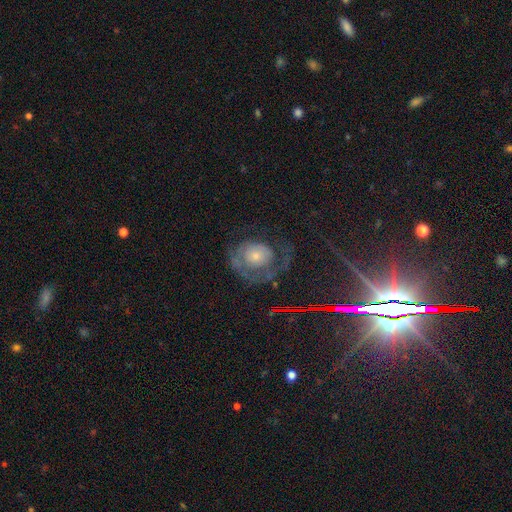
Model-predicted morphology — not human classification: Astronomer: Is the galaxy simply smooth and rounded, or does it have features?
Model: featured or disk — 63%.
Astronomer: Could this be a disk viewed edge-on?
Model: no — 96%.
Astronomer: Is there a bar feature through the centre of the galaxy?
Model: no — 85%.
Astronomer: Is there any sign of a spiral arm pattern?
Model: yes — 71%.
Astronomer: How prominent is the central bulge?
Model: small — 57% (runner-up: moderate, 32%).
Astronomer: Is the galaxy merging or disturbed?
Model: none — 59%.